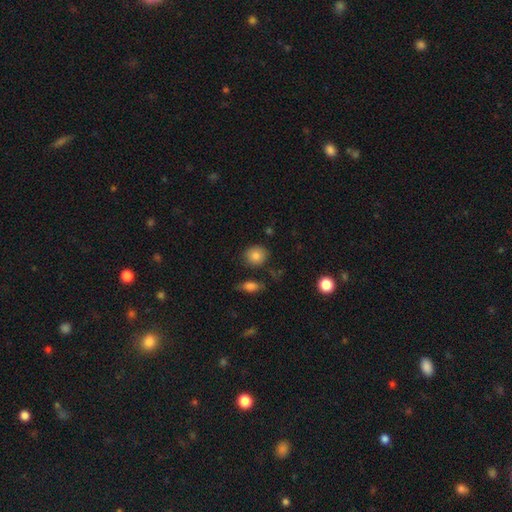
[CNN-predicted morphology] Smooth or featured?
  - smooth: 83% *
  - star or artifact: 9%
  - featured or disk: 8%
How rounded?
  - round: 77% *
  - in between: 21%
  - cigar-shaped: 1%
Merging?
  - none: 80% *
  - minor disturbance: 12%
  - merger: 4%
  - major disturbance: 3%